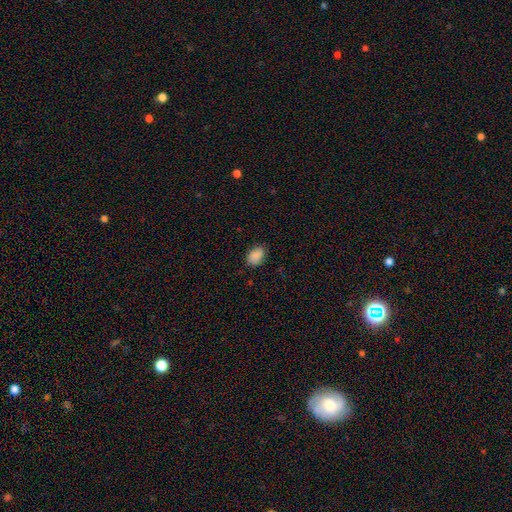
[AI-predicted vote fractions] Morphology: type=smooth (87%); roundness=in between (74%); merging=none (81%).